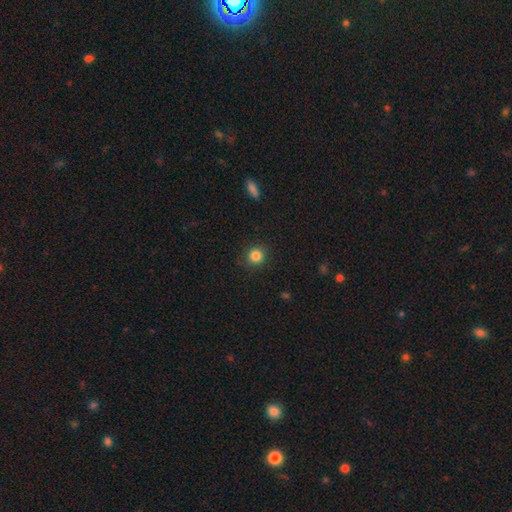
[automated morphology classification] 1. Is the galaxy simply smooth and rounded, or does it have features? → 84% smooth, 11% star or artifact, 4% featured or disk.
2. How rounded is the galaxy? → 91% round, 9% in between, 1% cigar-shaped.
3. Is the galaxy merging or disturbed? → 88% none, 9% minor disturbance, 3% major disturbance, 1% merger.